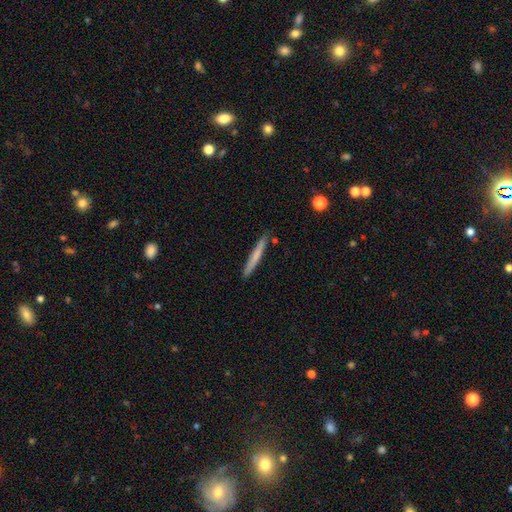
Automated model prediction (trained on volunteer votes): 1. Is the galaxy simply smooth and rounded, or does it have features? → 65% smooth, 29% featured or disk, 6% star or artifact.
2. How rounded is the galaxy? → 97% cigar-shaped, 2% in between, 1% round.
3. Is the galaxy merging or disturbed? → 89% none, 8% minor disturbance, 2% merger, 1% major disturbance.